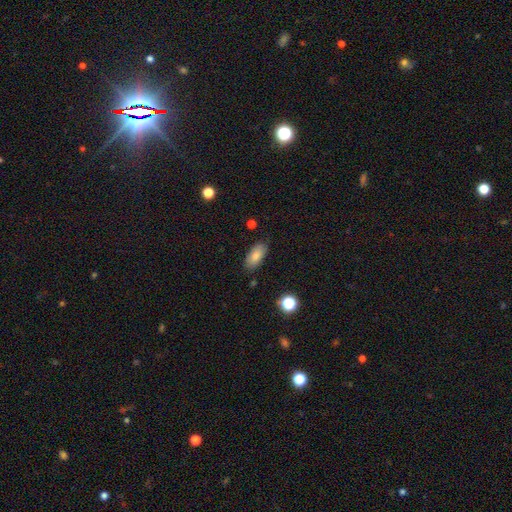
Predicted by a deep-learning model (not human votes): Q: Smooth or featured?
A: smooth (84%); runner-up: featured or disk (8%)
Q: How rounded?
A: in between (89%); runner-up: cigar-shaped (8%)
Q: Merging?
A: none (84%); runner-up: minor disturbance (12%)